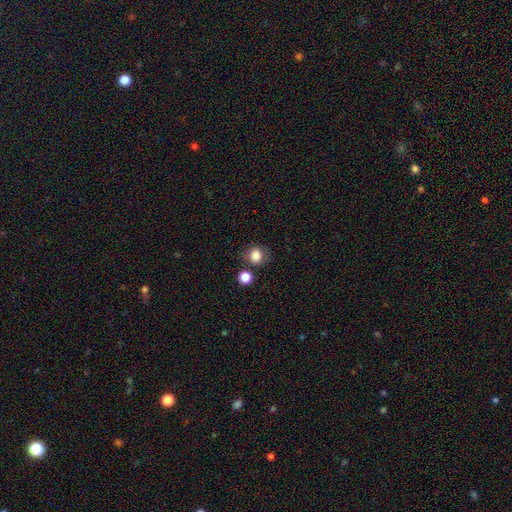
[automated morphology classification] smooth_or_featured: smooth (p=0.84) [alt: star or artifact p=0.11]
how_rounded: round (p=0.85) [alt: in between p=0.14]
merging: none (p=0.75) [alt: minor disturbance p=0.11]